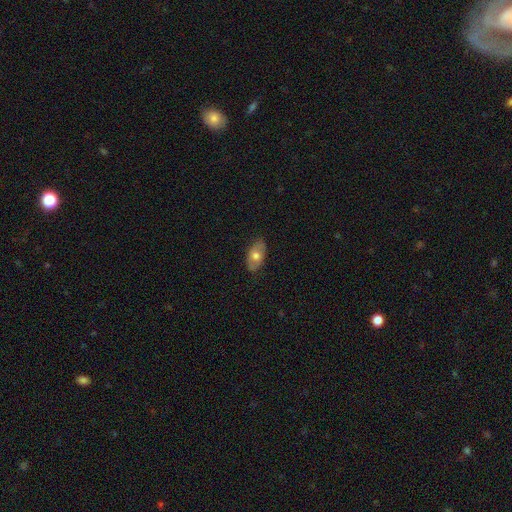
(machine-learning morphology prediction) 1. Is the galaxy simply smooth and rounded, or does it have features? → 65% smooth, 29% featured or disk, 7% star or artifact.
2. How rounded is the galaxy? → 92% in between, 6% round, 3% cigar-shaped.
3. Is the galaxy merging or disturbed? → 83% none, 14% minor disturbance, 2% major disturbance, 1% merger.